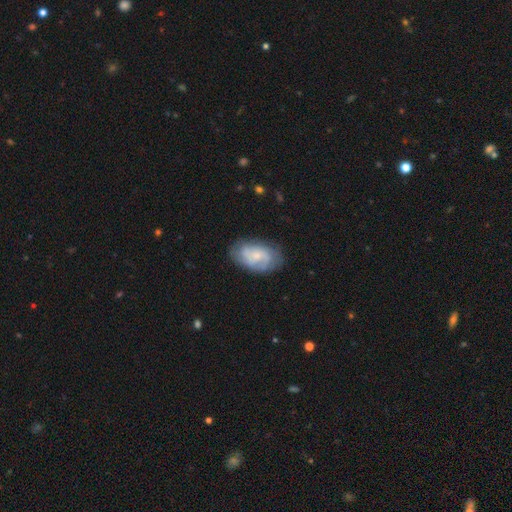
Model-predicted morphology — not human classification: Overall: featured or disk (64%; smooth 30%). Edge-on disk: no (96%). Bar: no (63%; weak 32%). Spiral arms: yes (88%). Spiral arm count: 2 (38%; can't tell 35%). Spiral winding: tight (43%; medium 41%). Bulge size: small (65%; moderate 25%). Merging: none (74%).